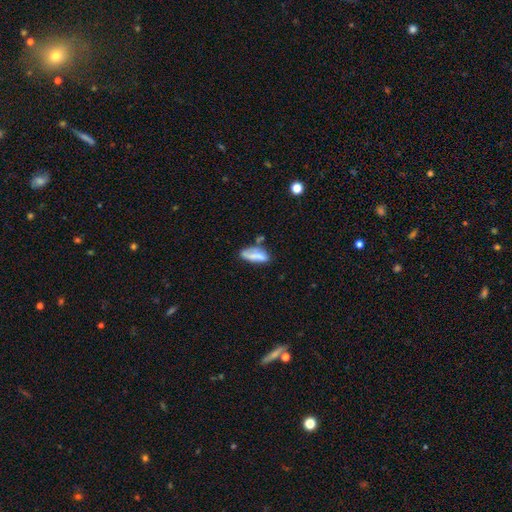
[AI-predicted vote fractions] Smooth or featured?
  - smooth: 66% *
  - featured or disk: 26%
  - star or artifact: 8%
How rounded?
  - in between: 71% *
  - cigar-shaped: 26%
  - round: 3%
Merging?
  - none: 45% *
  - minor disturbance: 28%
  - merger: 13%
  - major disturbance: 13%